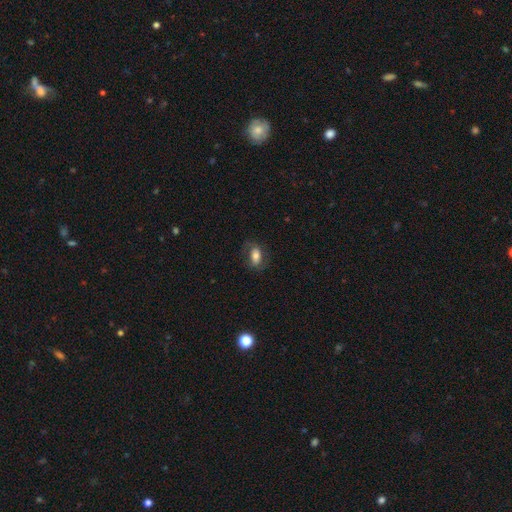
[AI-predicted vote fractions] smooth 56%, featured or disk 36%, star or artifact 8%. Down the decision tree: how rounded — in between (86%); merging — none (70%).